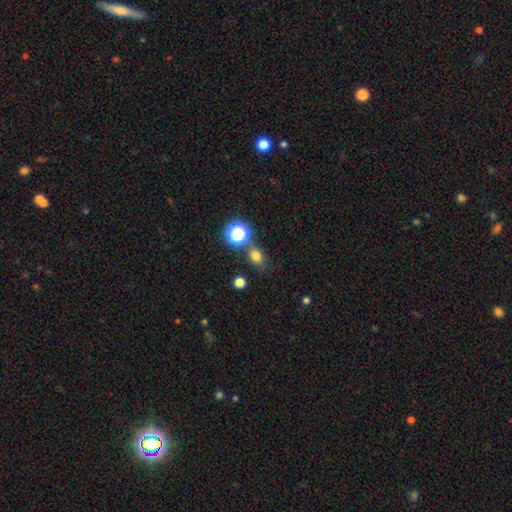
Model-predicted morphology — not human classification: Overall: smooth (74%). How rounded: round (58%; in between 41%). Merging: none (74%).